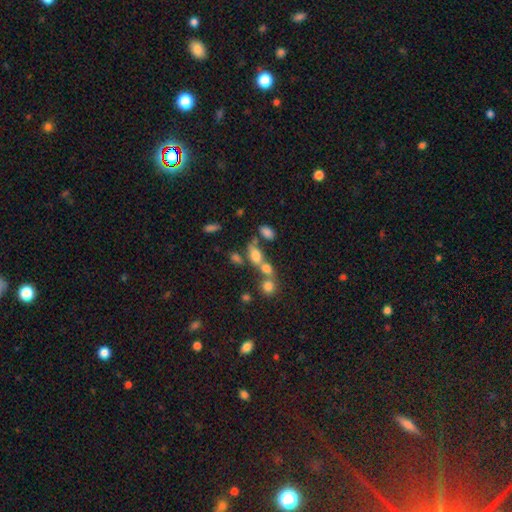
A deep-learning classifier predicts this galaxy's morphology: This is likely a smooth galaxy (67%). How rounded: likely in between (72%). Merging: possibly merger (49%).